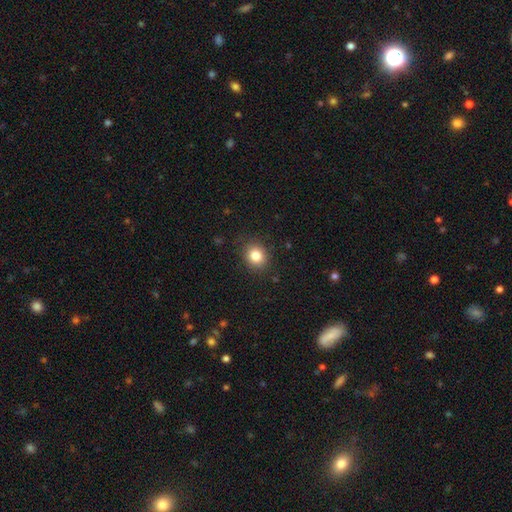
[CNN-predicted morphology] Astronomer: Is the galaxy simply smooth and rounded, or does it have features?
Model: smooth — 82%.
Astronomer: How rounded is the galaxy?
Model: round — 72%.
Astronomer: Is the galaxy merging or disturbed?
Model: none — 85%.